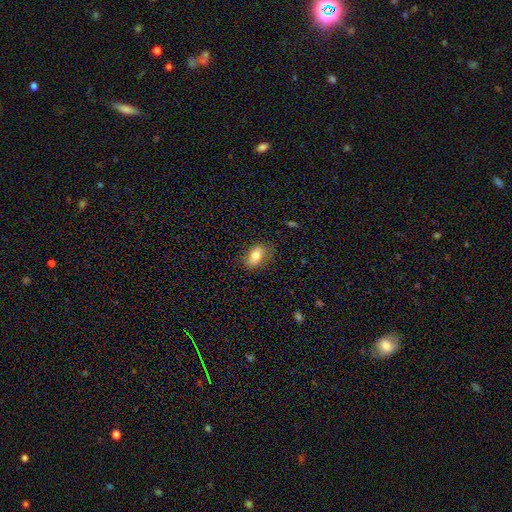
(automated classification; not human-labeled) smooth 76%, featured or disk 16%, star or artifact 8%. Down the decision tree: how rounded — in between (86%); merging — none (77%).